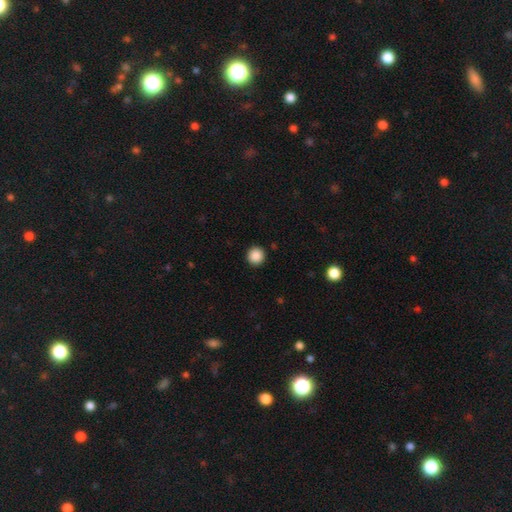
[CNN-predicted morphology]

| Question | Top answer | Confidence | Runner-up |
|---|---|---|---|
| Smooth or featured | smooth | 88% | star or artifact (10%) |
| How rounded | round | 95% | in between (4%) |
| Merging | none | 92% | minor disturbance (5%) |